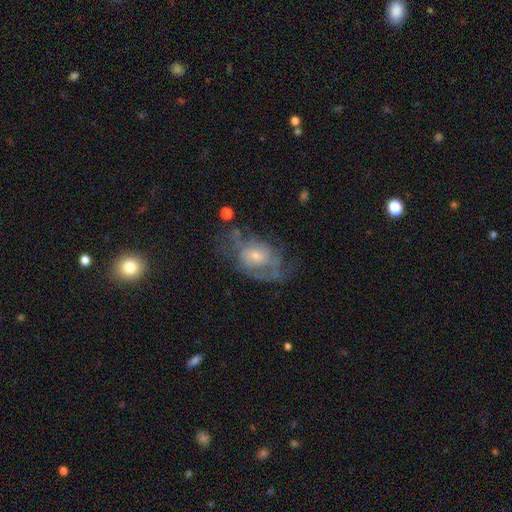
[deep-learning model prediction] A featured or disk galaxy (64%) with no bar (73%), spiral arms (61%) and a small central bulge (57%).

Vote fractions:
- Smooth or featured? featured or disk: 64% / smooth: 26% / star or artifact: 10%
- Edge-on disk? no: 95% / yes: 5%
- Bar? no: 73% / weak: 23% / strong: 4%
- Spiral arms? yes: 61% / no: 39%
- Bulge size? small: 57% / moderate: 35% / large: 4% / none: 3% / dominant: 1%
- Merging? none: 46% / major disturbance: 27% / minor disturbance: 24% / merger: 3%